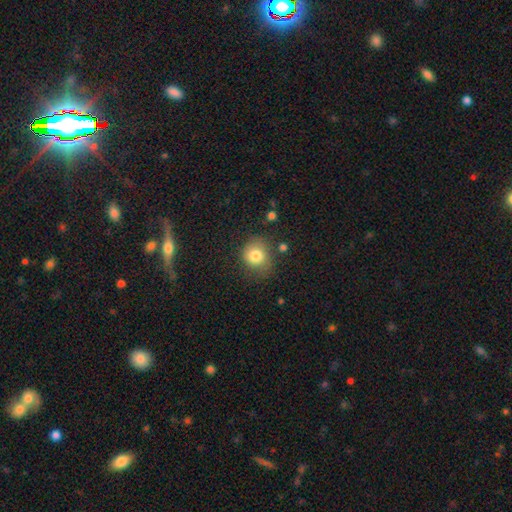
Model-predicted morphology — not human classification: smooth-or-featured: smooth: 81% | star or artifact: 10% | featured or disk: 9%
  how-rounded: round: 78% | in between: 21% | cigar-shaped: 1%
  merging: none: 66% | minor disturbance: 22% | major disturbance: 8% | merger: 3%